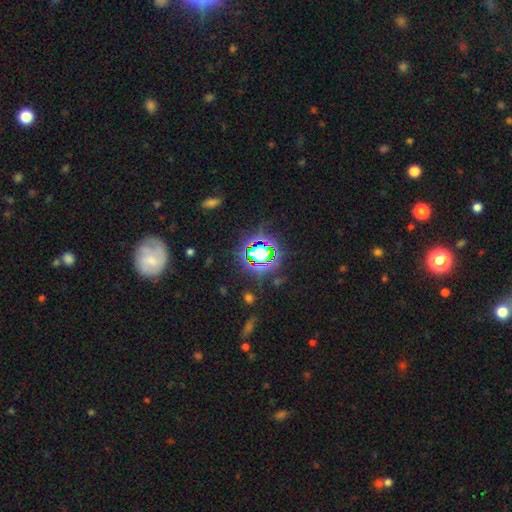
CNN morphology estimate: This is likely a star or artifact rather than a galaxy (74%).